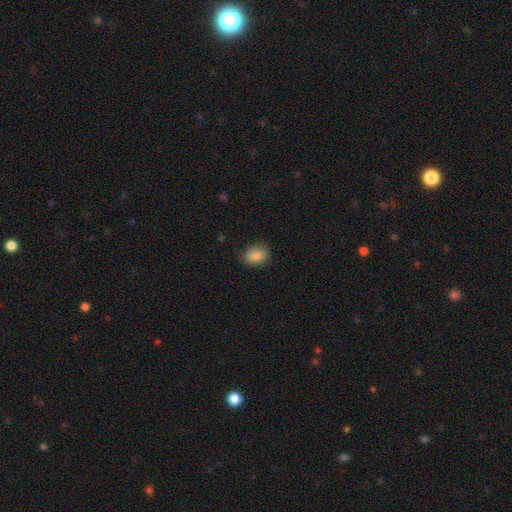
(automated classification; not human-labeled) A smooth galaxy with no disk features (85%) that is in between round and cigar-shaped (56%).

Vote fractions:
- Smooth or featured? smooth: 85% / star or artifact: 8% / featured or disk: 7%
- How rounded? in between: 56% / round: 43% / cigar-shaped: 1%
- Merging? none: 77% / minor disturbance: 18% / major disturbance: 4% / merger: 1%